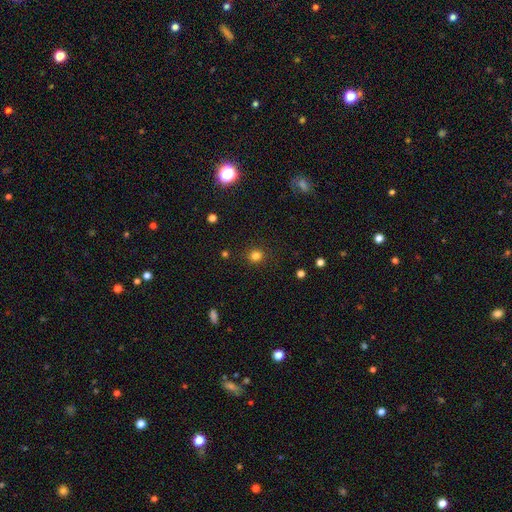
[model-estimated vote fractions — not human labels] smooth-or-featured: smooth: 81% | star or artifact: 15% | featured or disk: 5%
  how-rounded: round: 81% | in between: 18% | cigar-shaped: 1%
  merging: none: 89% | minor disturbance: 7% | major disturbance: 3% | merger: 1%